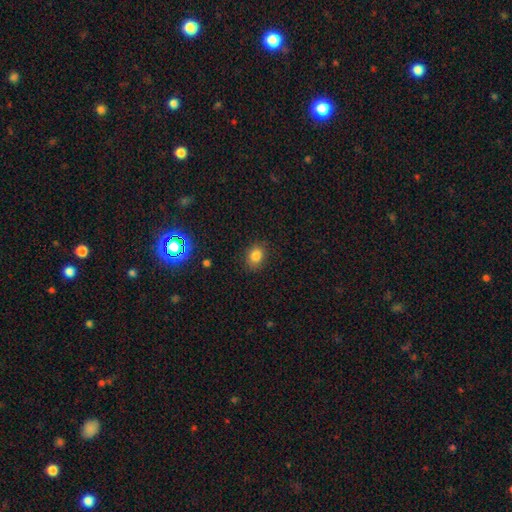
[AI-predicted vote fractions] Q: Smooth or featured?
A: smooth (82%); runner-up: star or artifact (12%)
Q: How rounded?
A: in between (50%); runner-up: round (49%)
Q: Merging?
A: none (86%); runner-up: minor disturbance (10%)